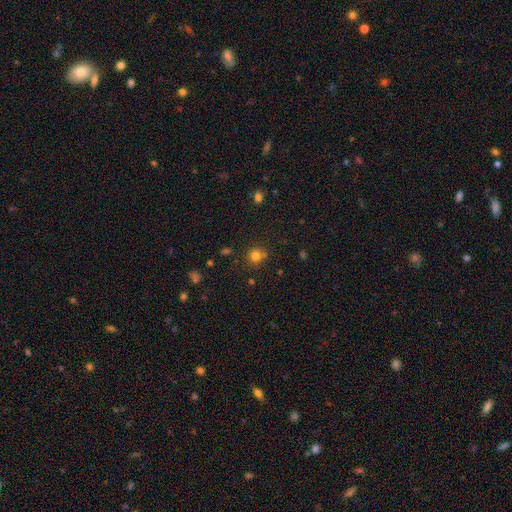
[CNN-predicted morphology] Q: Smooth or featured?
A: smooth (77%); runner-up: star or artifact (16%)
Q: How rounded?
A: round (88%); runner-up: in between (11%)
Q: Merging?
A: none (71%); runner-up: merger (15%)